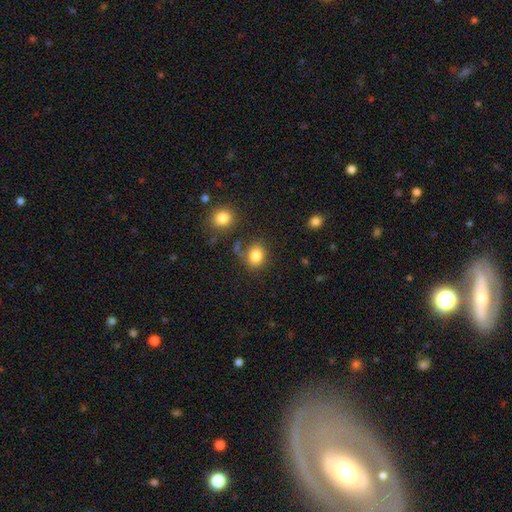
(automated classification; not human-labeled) Smooth or featured?
  - smooth: 83% *
  - star or artifact: 11%
  - featured or disk: 6%
How rounded?
  - round: 52% *
  - in between: 47%
  - cigar-shaped: 1%
Merging?
  - none: 73% *
  - minor disturbance: 13%
  - merger: 9%
  - major disturbance: 5%